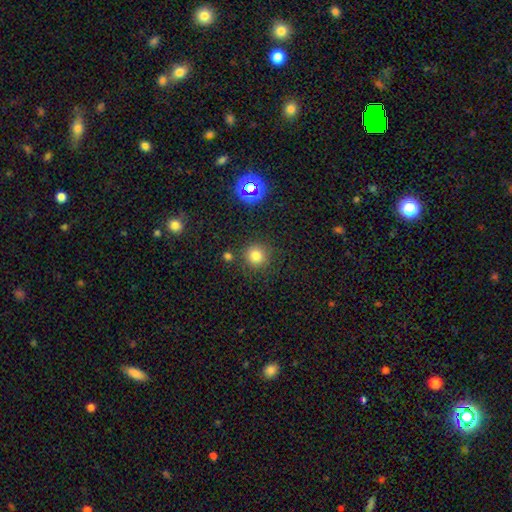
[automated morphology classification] Smooth or featured: smooth — 77% (star or artifact — 17%)
How rounded: round — 94% (in between — 5%)
Merging: none — 83% (minor disturbance — 8%)